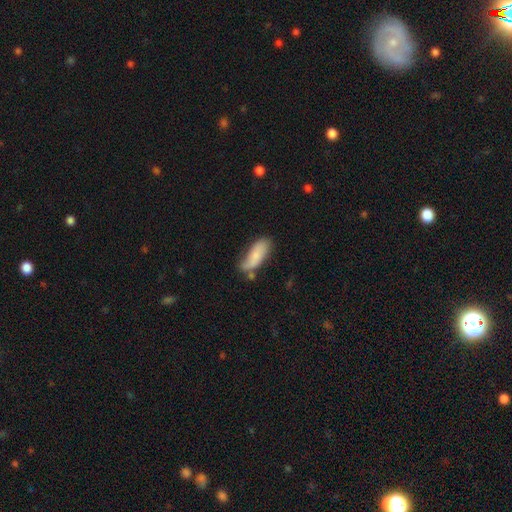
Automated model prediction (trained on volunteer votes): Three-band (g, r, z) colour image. It shows a smooth galaxy with no disk features (77%) that is in between round and cigar-shaped (69%). Merging: none (55%).